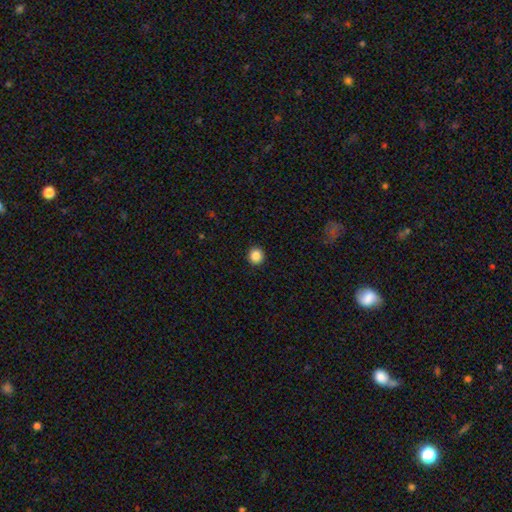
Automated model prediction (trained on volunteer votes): Morphology: type=smooth (87%); roundness=round (93%); merging=none (93%).